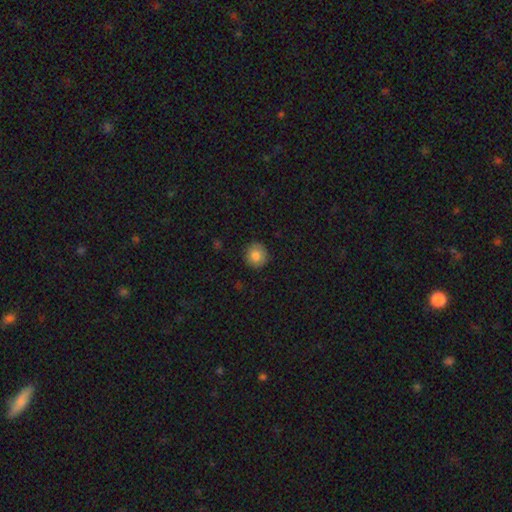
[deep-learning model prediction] This appears to be a smooth galaxy with no disk features (84%) that is round (91%). Merging: none (89%).